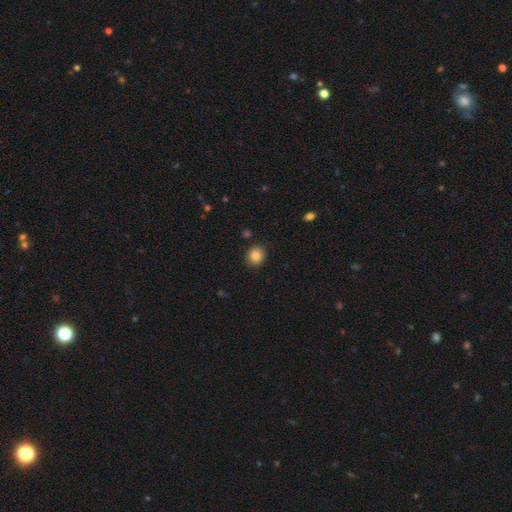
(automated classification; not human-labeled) A smooth galaxy with no disk features (83%) that is round (74%).

Vote fractions:
- Smooth or featured? smooth: 83% / star or artifact: 9% / featured or disk: 8%
- How rounded? round: 74% / in between: 25% / cigar-shaped: 1%
- Merging? none: 88% / minor disturbance: 8% / major disturbance: 2% / merger: 2%